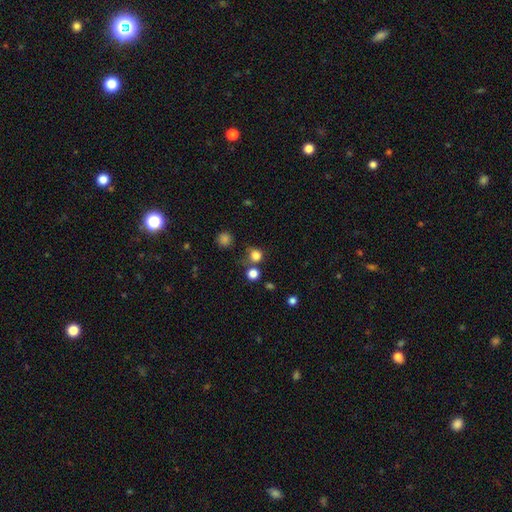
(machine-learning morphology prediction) Q: Smooth or featured?
A: smooth (78%); runner-up: star or artifact (16%)
Q: How rounded?
A: round (88%); runner-up: in between (11%)
Q: Merging?
A: none (66%); runner-up: merger (16%)